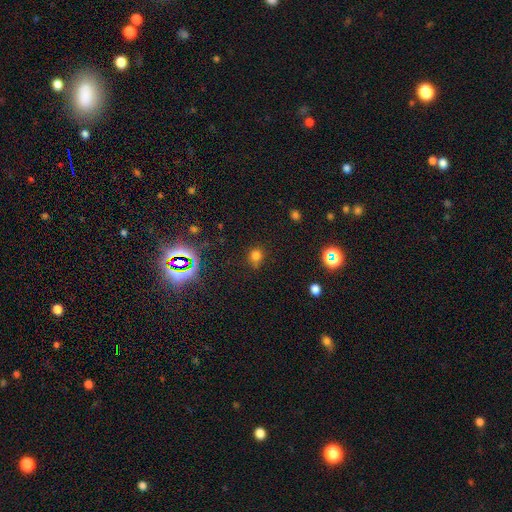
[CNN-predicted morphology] Smooth or featured? Predicted: smooth (p=0.72). How rounded? Predicted: round (p=0.77). Merging? Predicted: none (p=0.74).